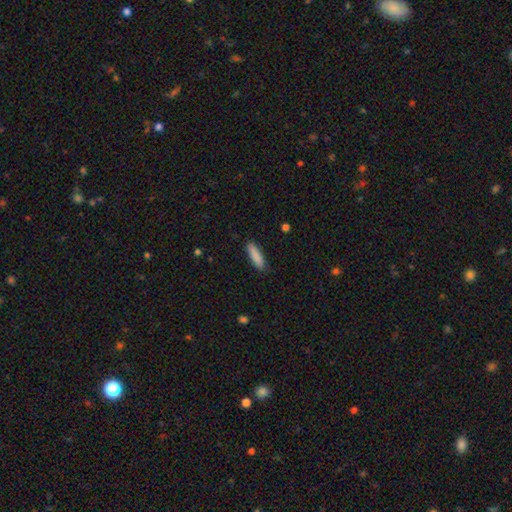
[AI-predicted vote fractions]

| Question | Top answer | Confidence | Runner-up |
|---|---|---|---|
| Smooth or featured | smooth | 88% | star or artifact (6%) |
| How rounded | cigar-shaped | 59% | in between (40%) |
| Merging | none | 85% | minor disturbance (11%) |